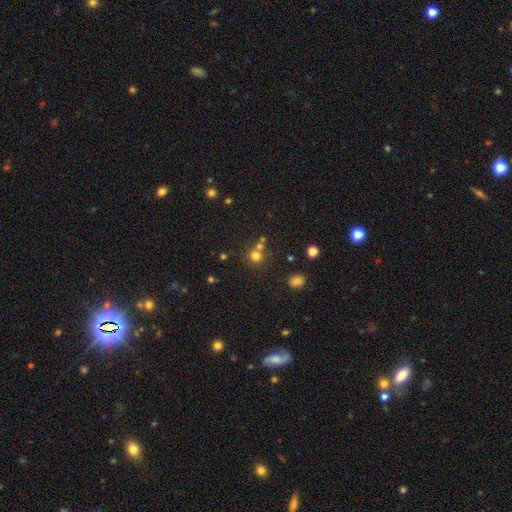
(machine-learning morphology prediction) Overall: smooth (72%). How rounded: round (88%). Merging: none (58%; merger 31%).